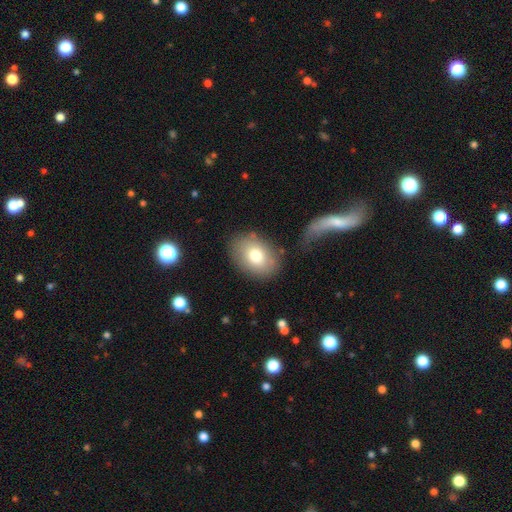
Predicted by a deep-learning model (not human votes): This is likely a smooth galaxy (76%). How rounded: likely in between (74%). Merging: likely none (78%).